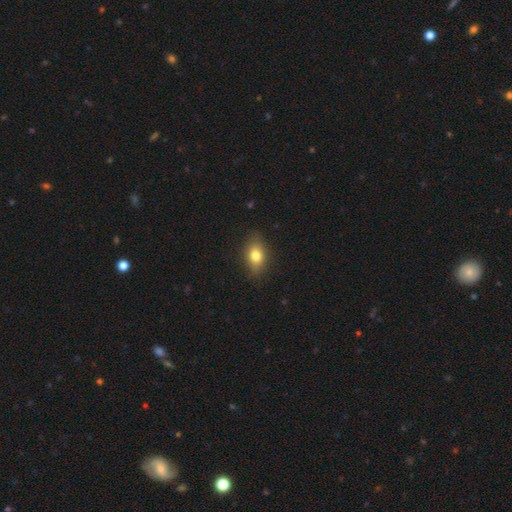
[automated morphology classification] A smooth galaxy with no disk features (78%) that is in between round and cigar-shaped (79%).

Vote fractions:
- Smooth or featured? smooth: 78% / featured or disk: 12% / star or artifact: 9%
- How rounded? in between: 79% / round: 18% / cigar-shaped: 4%
- Merging? none: 83% / minor disturbance: 13% / major disturbance: 3% / merger: 1%